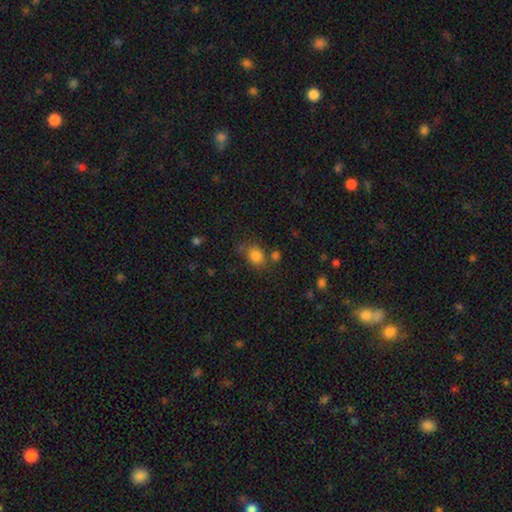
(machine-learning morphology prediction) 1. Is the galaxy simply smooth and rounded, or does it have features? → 82% smooth, 12% star or artifact, 7% featured or disk.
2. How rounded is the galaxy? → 61% round, 38% in between, 1% cigar-shaped.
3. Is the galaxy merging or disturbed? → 64% none, 17% minor disturbance, 13% merger, 6% major disturbance.